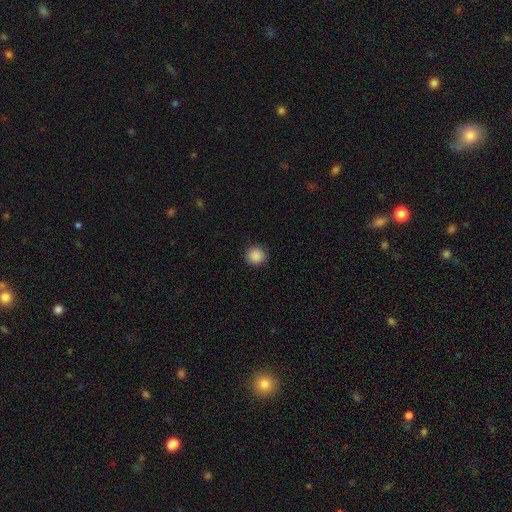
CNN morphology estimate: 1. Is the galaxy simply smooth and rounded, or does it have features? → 88% smooth, 9% star or artifact, 2% featured or disk.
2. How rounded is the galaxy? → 93% round, 6% in between, 1% cigar-shaped.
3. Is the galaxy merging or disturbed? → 91% none, 6% minor disturbance, 2% major disturbance, 1% merger.